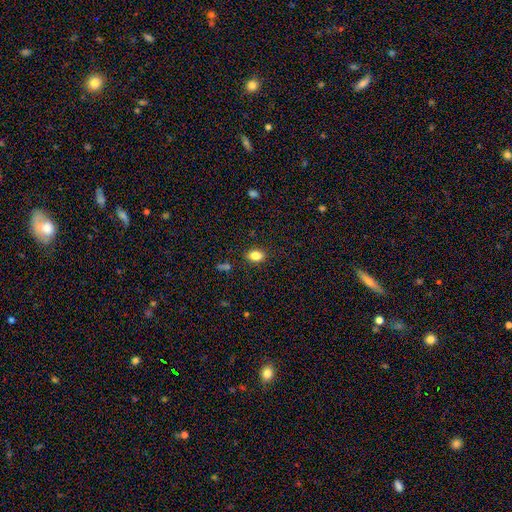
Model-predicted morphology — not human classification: The model was most divided on "how rounded": in between: 75%, round: 24%, cigar-shaped: 2%. More confident: merging — none (86%); smooth or featured — smooth (83%).